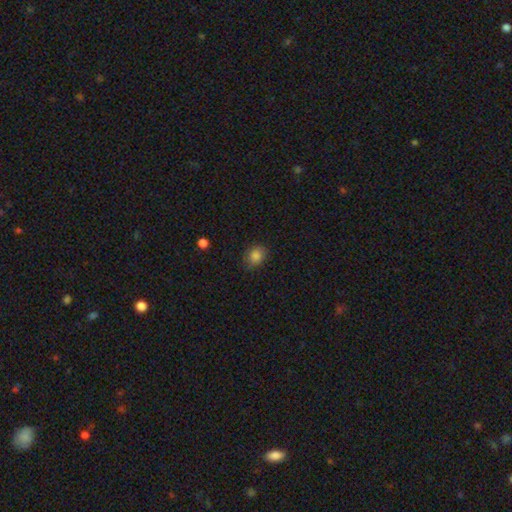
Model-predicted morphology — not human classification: Smooth or featured? Predicted: smooth (p=0.84). How rounded? Predicted: round (p=0.61). Merging? Predicted: none (p=0.79).